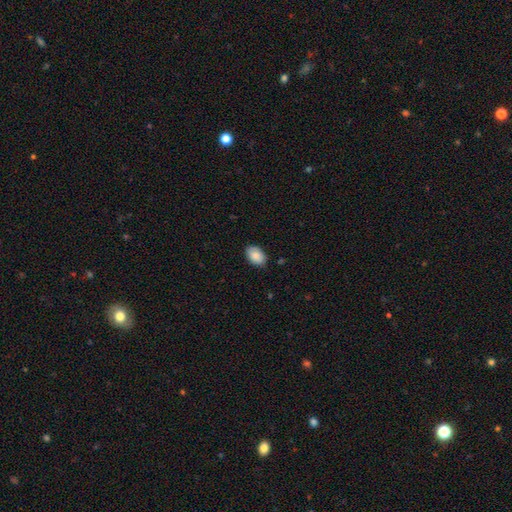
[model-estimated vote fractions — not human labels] smooth_or_featured: smooth (p=0.88) [alt: star or artifact p=0.06]
how_rounded: in between (p=0.89) [alt: round p=0.10]
merging: none (p=0.85) [alt: minor disturbance p=0.11]